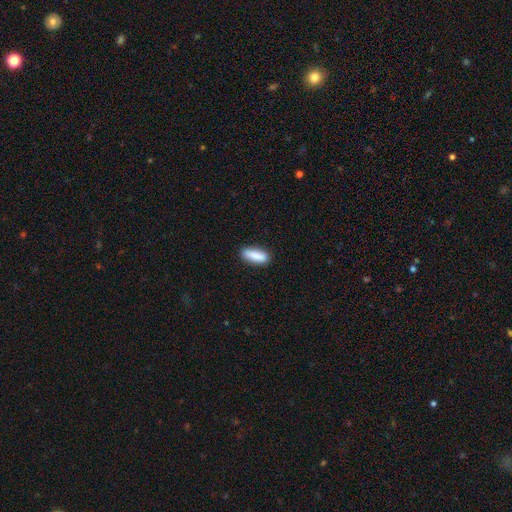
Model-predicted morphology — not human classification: Overall: smooth (88%). How rounded: in between (58%; cigar-shaped 40%). Merging: none (87%).